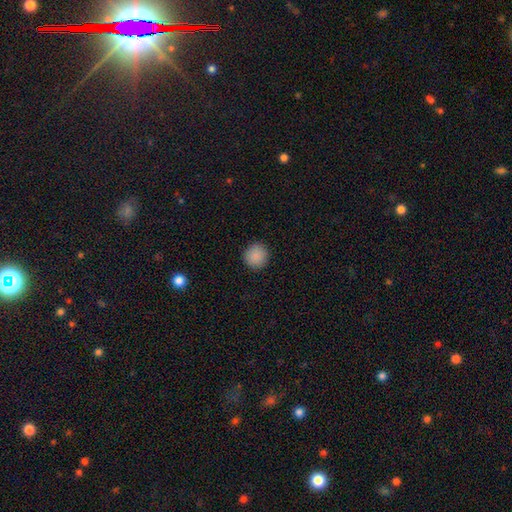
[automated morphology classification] Smooth or featured? Predicted: smooth (p=0.88). How rounded? Predicted: round (p=0.94). Merging? Predicted: none (p=0.91).